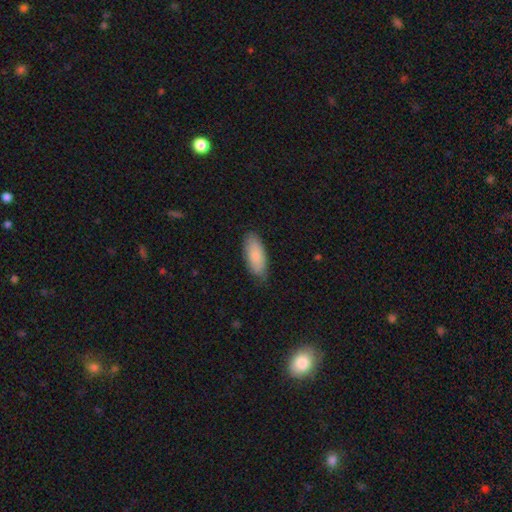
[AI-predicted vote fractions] Smooth or featured? smooth (84%)
How rounded? in between (82%)
Merging? none (80%)